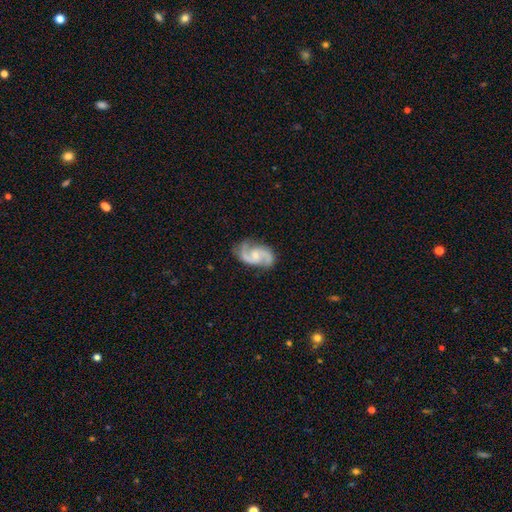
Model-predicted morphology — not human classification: type=featured or disk (90%); edge-on=no (98%); bar=no (53%); spiral arms=yes (98%); winding=medium (56%); arm count=2 (93%); bulge=small (55%); merging=none (78%).